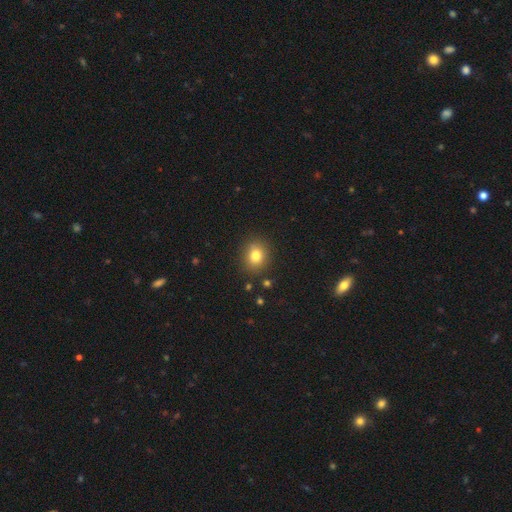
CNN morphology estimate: This is clearly a smooth galaxy (80%). How rounded: likely round (67%). Merging: clearly none (86%).